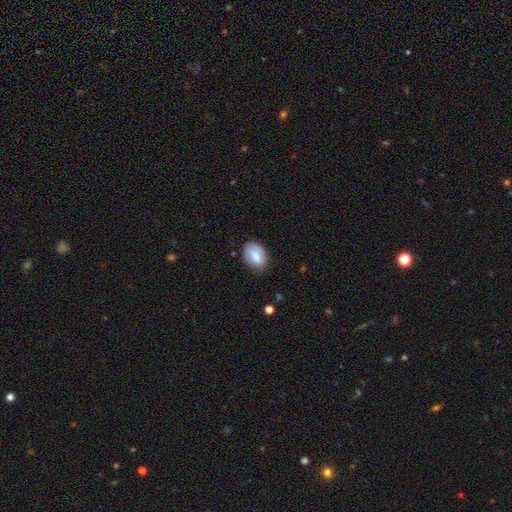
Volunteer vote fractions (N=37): Q: Smooth or featured?
A: smooth (76%); runner-up: featured or disk (24%)
Q: How rounded?
A: in between (89%); runner-up: round (11%)
Q: Merging?
A: none (68%); runner-up: minor disturbance (30%)